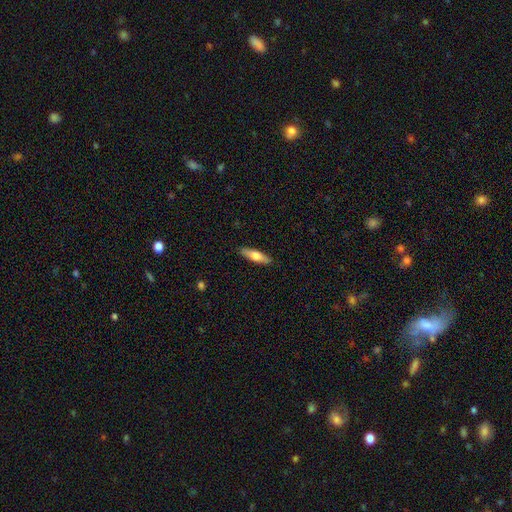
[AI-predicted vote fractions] Q: Smooth or featured?
A: smooth (66%); runner-up: featured or disk (28%)
Q: How rounded?
A: cigar-shaped (60%); runner-up: in between (38%)
Q: Merging?
A: none (88%); runner-up: minor disturbance (9%)